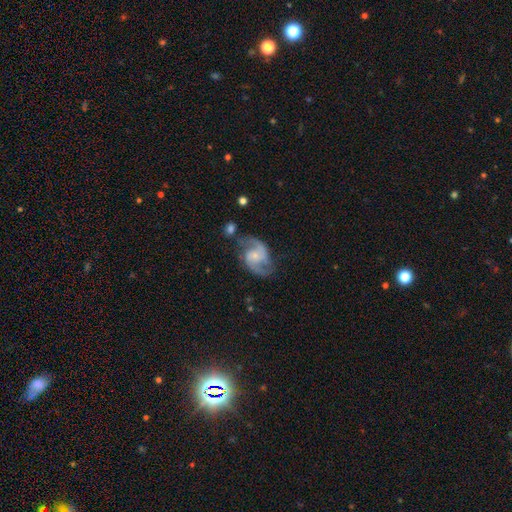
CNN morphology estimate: smooth_or_featured: featured or disk (p=0.87) [alt: smooth p=0.08]
disk_edge_on: no (p=0.98) [alt: yes p=0.02]
bar: no (p=0.55) [alt: weak p=0.37]
has_spiral_arms: yes (p=0.97) [alt: no p=0.03]
spiral_winding: medium (p=0.53) [alt: loose p=0.33]
spiral_arm_count: 2 (p=0.92) [alt: can't tell p=0.03]
bulge_size: small (p=0.59) [alt: moderate p=0.28]
merging: none (p=0.65) [alt: minor disturbance p=0.19]